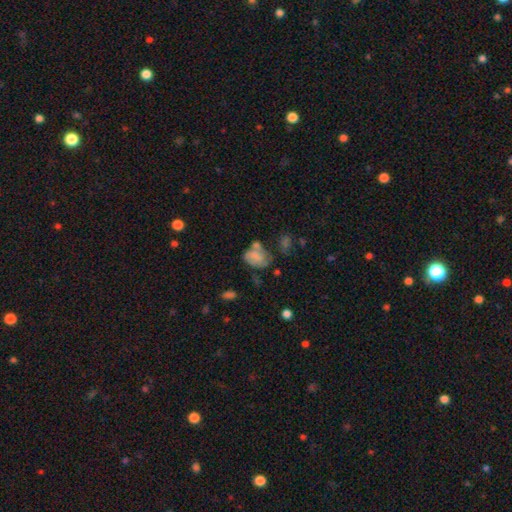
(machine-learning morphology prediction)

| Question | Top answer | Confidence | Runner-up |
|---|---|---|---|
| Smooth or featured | smooth | 68% | featured or disk (22%) |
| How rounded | in between | 71% | round (28%) |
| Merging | none | 31% | minor disturbance (25%) |